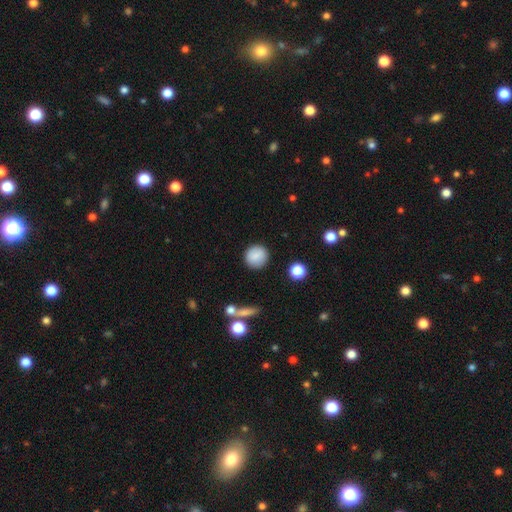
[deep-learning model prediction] Overall: smooth (86%). How rounded: round (91%). Merging: none (89%).